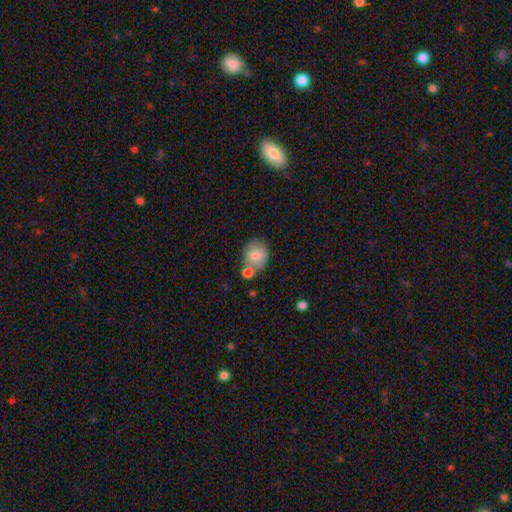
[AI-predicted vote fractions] Q: Smooth or featured?
A: smooth (80%); runner-up: featured or disk (12%)
Q: How rounded?
A: round (66%); runner-up: in between (33%)
Q: Merging?
A: none (56%); runner-up: merger (24%)